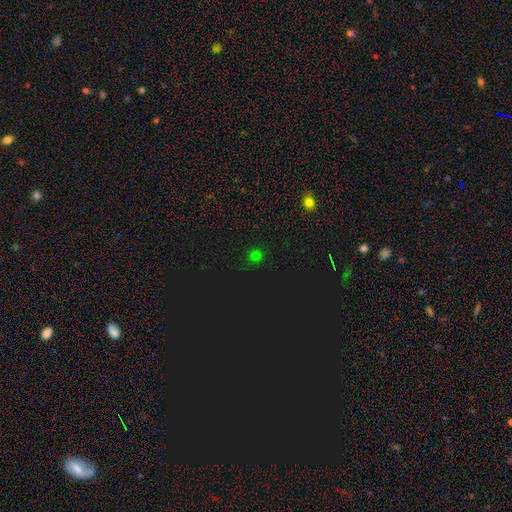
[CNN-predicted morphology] Smooth or featured? Predicted: smooth (p=0.61). How rounded? Predicted: round (p=0.92). Merging? Predicted: none (p=0.90).